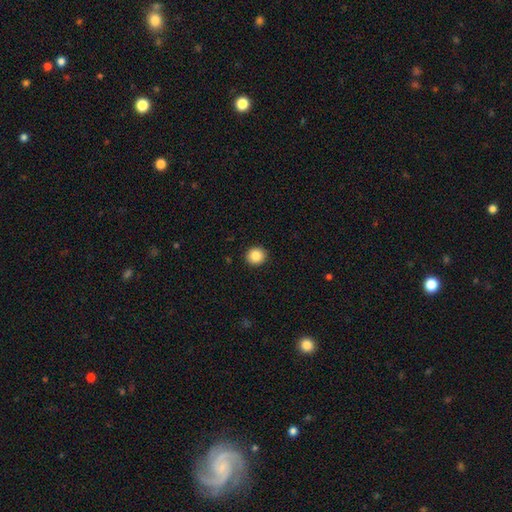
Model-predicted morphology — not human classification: Smooth or featured? smooth (86%)
How rounded? round (90%)
Merging? none (92%)